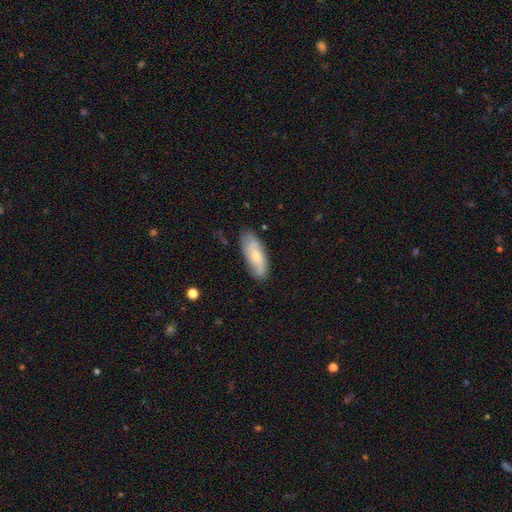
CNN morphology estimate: type=smooth (63%); roundness=in between (71%); merging=none (78%).